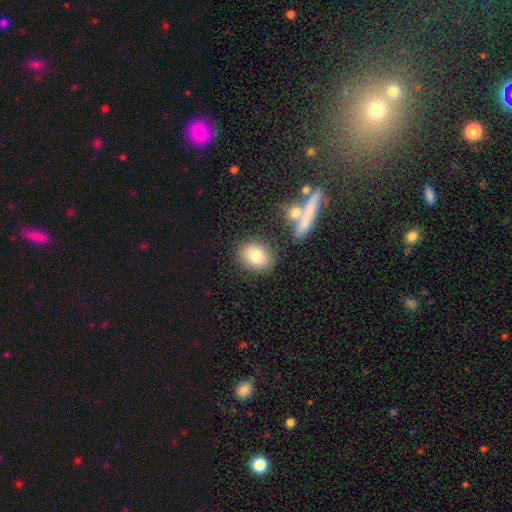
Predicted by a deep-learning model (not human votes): Smooth or featured?
  - smooth: 79% *
  - featured or disk: 12%
  - star or artifact: 9%
How rounded?
  - round: 54% *
  - in between: 45%
  - cigar-shaped: 2%
Merging?
  - none: 78% *
  - minor disturbance: 12%
  - merger: 6%
  - major disturbance: 4%